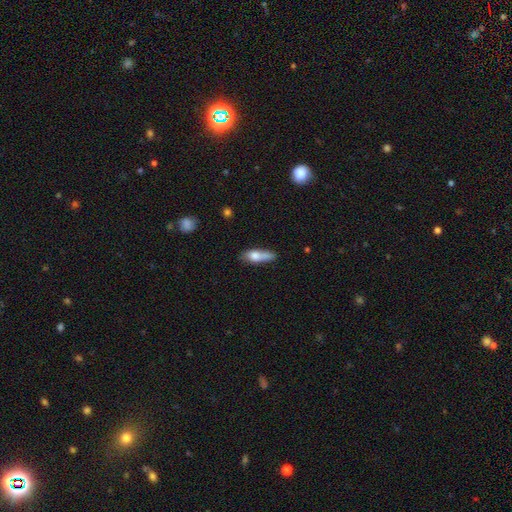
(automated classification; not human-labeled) smooth_or_featured: smooth (p=0.69) [alt: featured or disk p=0.23]
how_rounded: in between (p=0.56) [alt: cigar-shaped p=0.39]
merging: none (p=0.40) [alt: minor disturbance p=0.30]